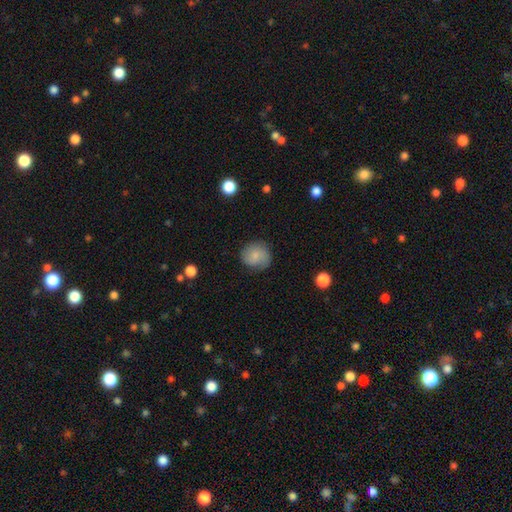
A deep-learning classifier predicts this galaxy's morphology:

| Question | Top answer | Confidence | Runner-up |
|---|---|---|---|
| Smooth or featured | smooth | 76% | featured or disk (16%) |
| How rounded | round | 84% | in between (15%) |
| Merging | none | 74% | minor disturbance (19%) |